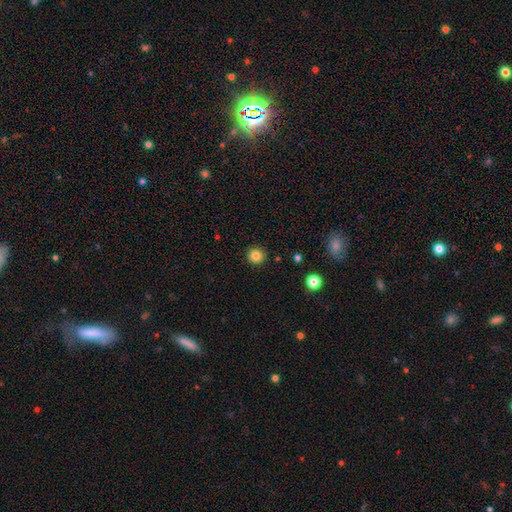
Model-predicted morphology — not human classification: Smooth or featured?
  - smooth: 83% *
  - star or artifact: 12%
  - featured or disk: 5%
How rounded?
  - round: 94% *
  - in between: 5%
  - cigar-shaped: 1%
Merging?
  - none: 92% *
  - minor disturbance: 5%
  - major disturbance: 2%
  - merger: 1%